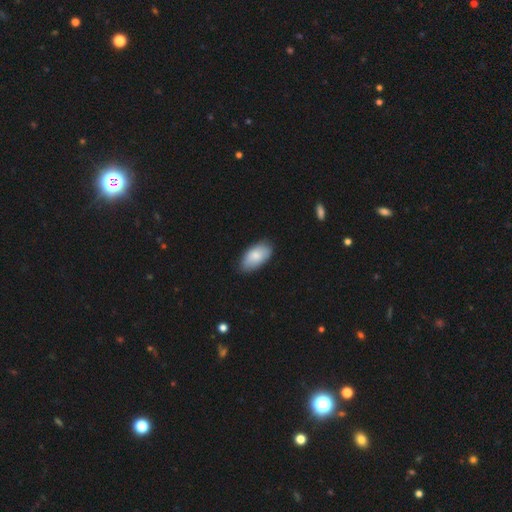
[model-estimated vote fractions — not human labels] Morphology: type=smooth (83%); roundness=in between (95%); merging=none (79%).